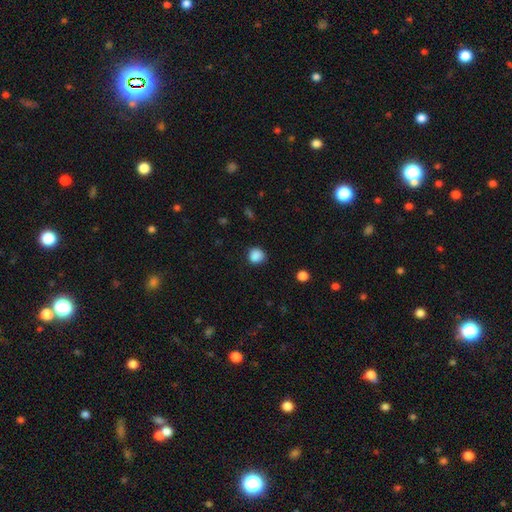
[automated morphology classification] Overall: smooth (87%). How rounded: round (86%). Merging: none (82%).